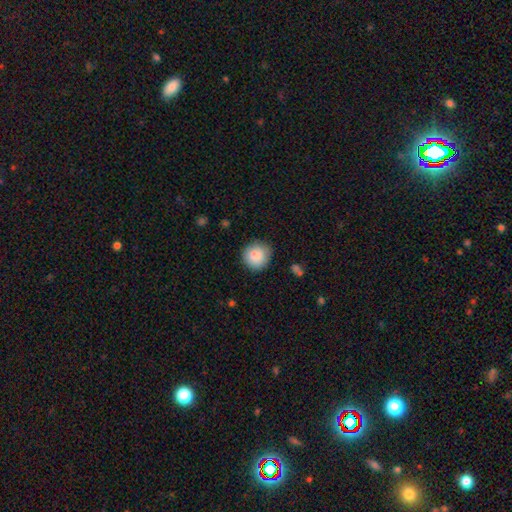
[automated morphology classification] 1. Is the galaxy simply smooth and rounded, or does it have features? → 87% smooth, 7% star or artifact, 5% featured or disk.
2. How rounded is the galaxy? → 92% round, 7% in between, 1% cigar-shaped.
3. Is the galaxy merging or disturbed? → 84% none, 12% minor disturbance, 3% major disturbance, 1% merger.